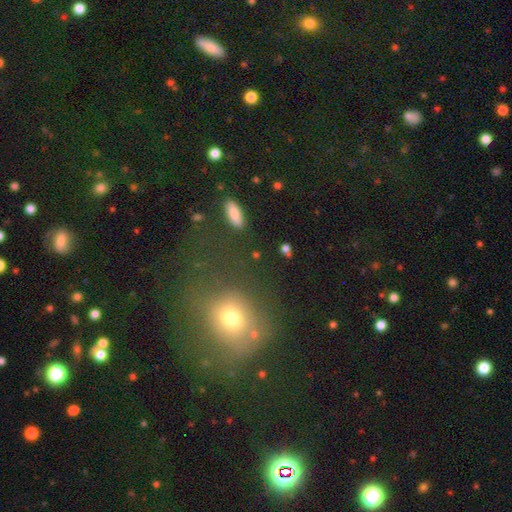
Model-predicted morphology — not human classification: type=smooth (64%); roundness=in between (49%); merging=none (71%).